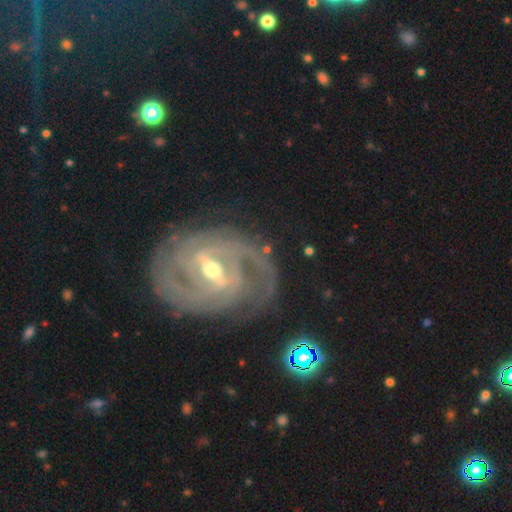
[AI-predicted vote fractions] Q: Smooth or featured?
A: featured or disk (91%); runner-up: star or artifact (5%)
Q: Edge-on disk?
A: no (96%); runner-up: yes (4%)
Q: Bar?
A: strong (54%); runner-up: weak (38%)
Q: Spiral arms?
A: yes (97%); runner-up: no (3%)
Q: Spiral winding?
A: tight (66%); runner-up: medium (29%)
Q: Spiral arm count?
A: 2 (34%); runner-up: 3 (23%)
Q: Bulge size?
A: moderate (57%); runner-up: small (39%)
Q: Merging?
A: none (76%); runner-up: minor disturbance (15%)